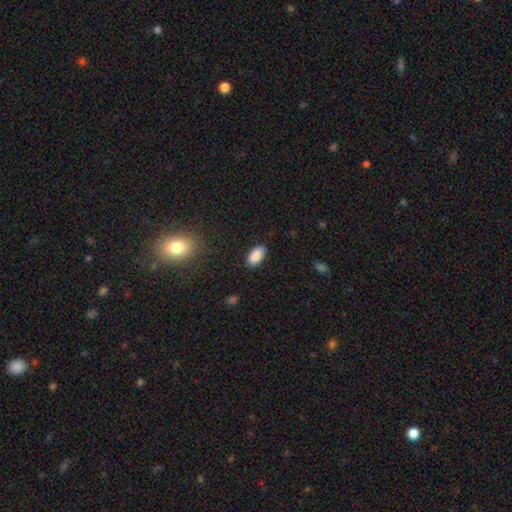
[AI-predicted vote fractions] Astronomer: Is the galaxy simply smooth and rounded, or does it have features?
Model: smooth — 88%.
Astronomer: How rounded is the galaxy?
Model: in between — 94%.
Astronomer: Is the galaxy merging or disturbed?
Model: none — 86%.